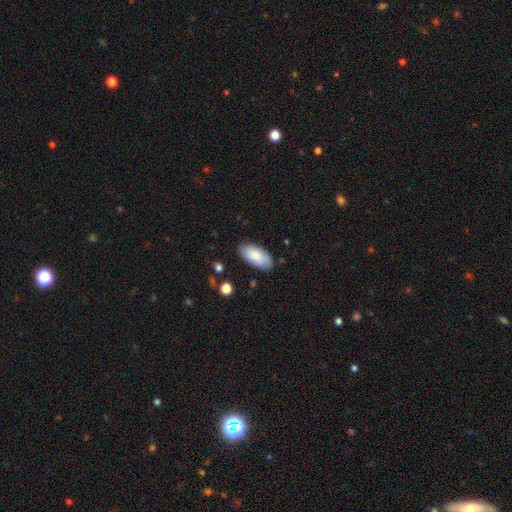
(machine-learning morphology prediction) type=smooth (82%); roundness=in between (93%); merging=none (84%).